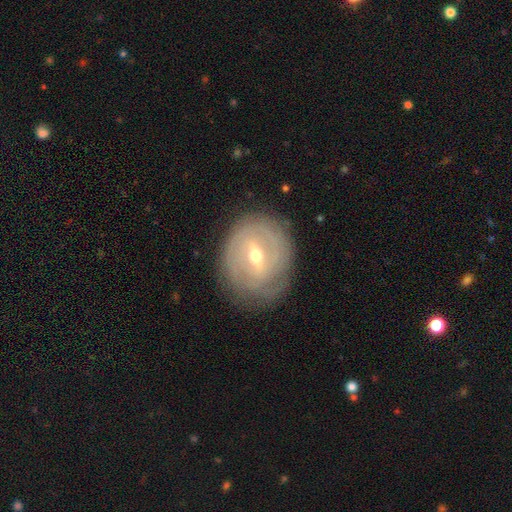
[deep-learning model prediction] featured or disk 78%, smooth 16%, star or artifact 6%. Down the decision tree: edge-on disk — no (94%); bar — weak (48%); spiral arms — yes (76%); spiral arm count — can't tell (47%); spiral winding — tight (74%); bulge size — moderate (66%); merging — none (77%).